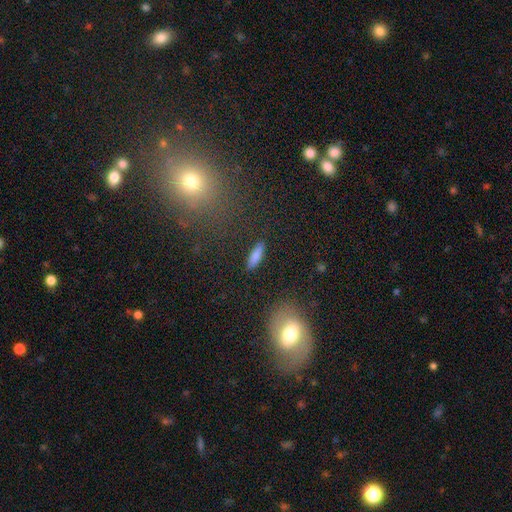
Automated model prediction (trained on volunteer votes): smooth-or-featured: smooth: 83% | featured or disk: 9% | star or artifact: 8%
  how-rounded: cigar-shaped: 58% | in between: 40% | round: 2%
  merging: none: 88% | minor disturbance: 8% | major disturbance: 2% | merger: 2%